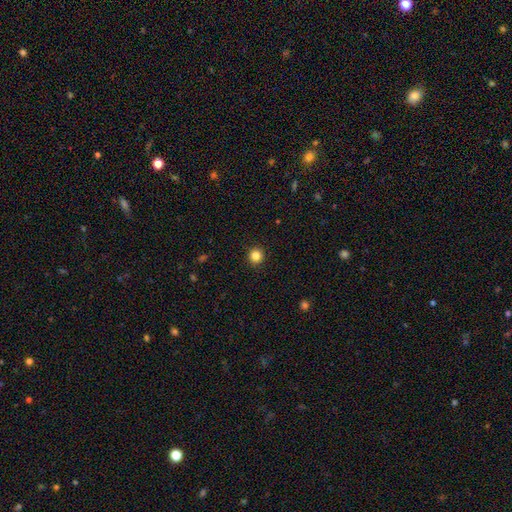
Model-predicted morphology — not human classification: smooth 84%, star or artifact 12%, featured or disk 4%. Down the decision tree: how rounded — round (94%); merging — none (93%).